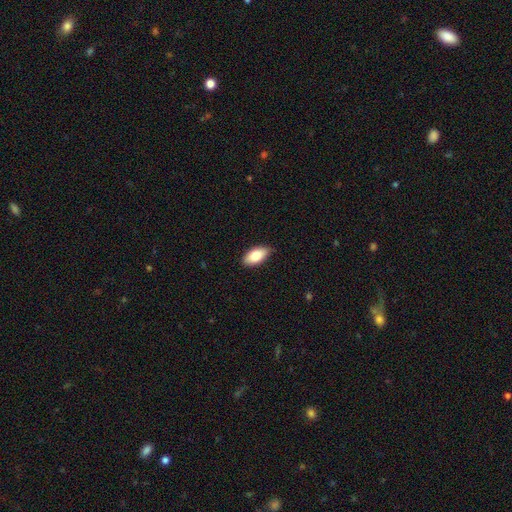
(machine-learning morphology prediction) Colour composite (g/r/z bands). It shows a smooth galaxy with no disk features (83%) that is in between round and cigar-shaped (92%). Merging: none (82%).